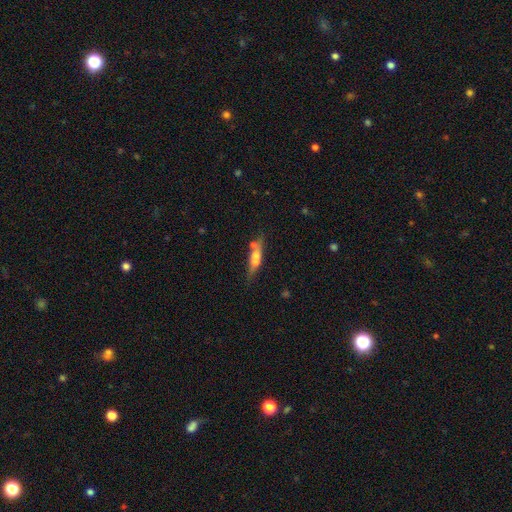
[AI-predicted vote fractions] The model was most divided on "smooth or featured": featured or disk: 47%, smooth: 44%, star or artifact: 9%. More confident: merging — none (53%).